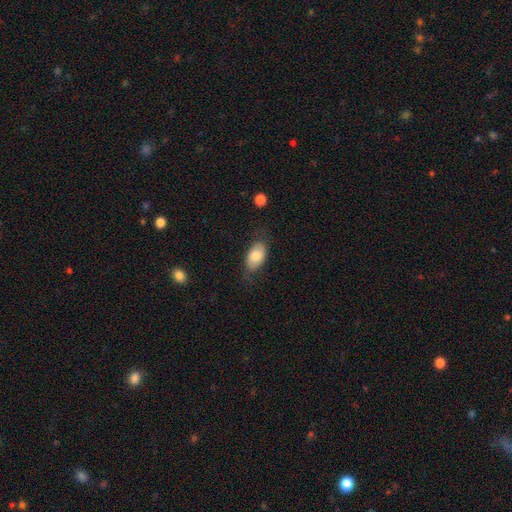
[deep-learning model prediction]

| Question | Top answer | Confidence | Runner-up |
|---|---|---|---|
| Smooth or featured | smooth | 76% | featured or disk (18%) |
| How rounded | in between | 92% | round (6%) |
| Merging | none | 71% | minor disturbance (21%) |